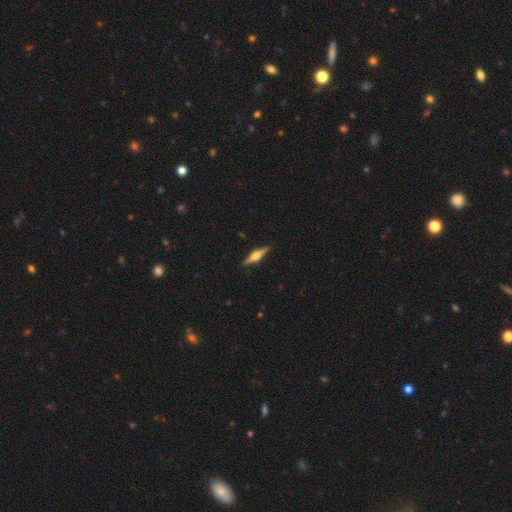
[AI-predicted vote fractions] A featured or disk galaxy (73%) viewed edge-on (98%) with a rounded central bulge (92%).

Vote fractions:
- Smooth or featured? featured or disk: 73% / smooth: 22% / star or artifact: 6%
- Edge-on disk? yes: 98% / no: 2%
- Edge-on bulge? rounded: 92% / boxy: 6% / none: 2%
- Merging? none: 91% / minor disturbance: 7% / major disturbance: 2% / merger: 1%